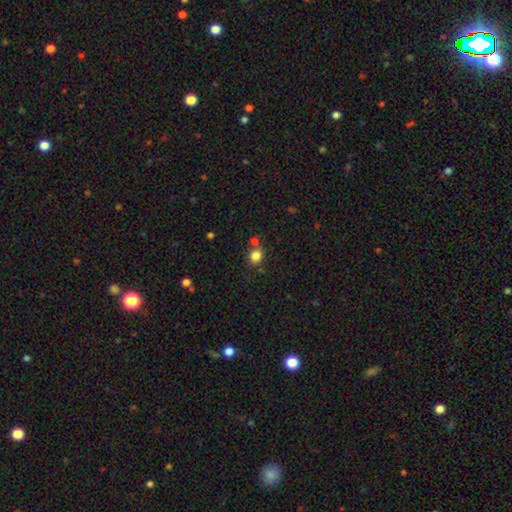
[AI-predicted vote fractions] The model was most divided on "how rounded": round: 63%, in between: 36%, cigar-shaped: 1%. More confident: smooth or featured — smooth (83%); merging — none (69%).